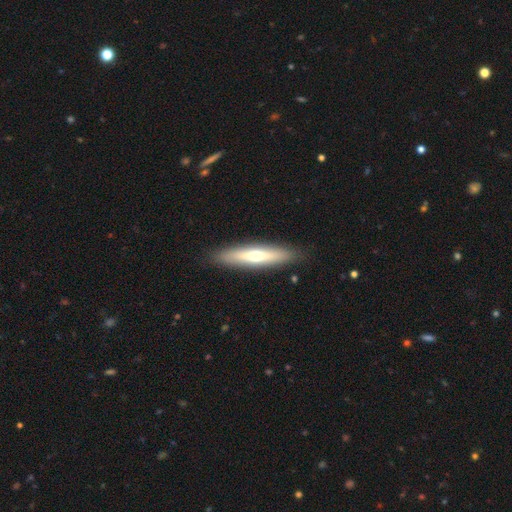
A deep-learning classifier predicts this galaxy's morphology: A smooth galaxy with no disk features (48%). Merging: none (89%).